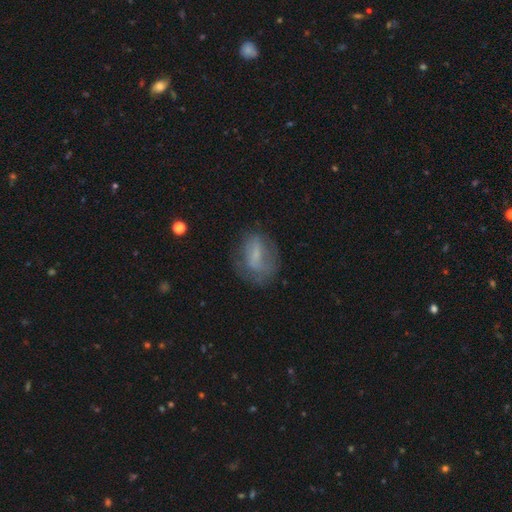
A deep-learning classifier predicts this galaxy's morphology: Smooth or featured?
  - smooth: 47% *
  - featured or disk: 43%
  - star or artifact: 10%
Merging?
  - none: 60% *
  - minor disturbance: 23%
  - major disturbance: 15%
  - merger: 2%